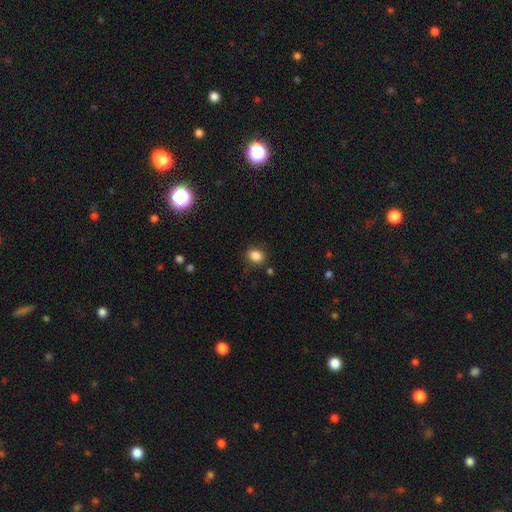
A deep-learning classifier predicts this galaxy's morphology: The model was most divided on "how rounded": in between: 58%, round: 40%, cigar-shaped: 1%. More confident: smooth or featured — smooth (85%); merging — none (82%).